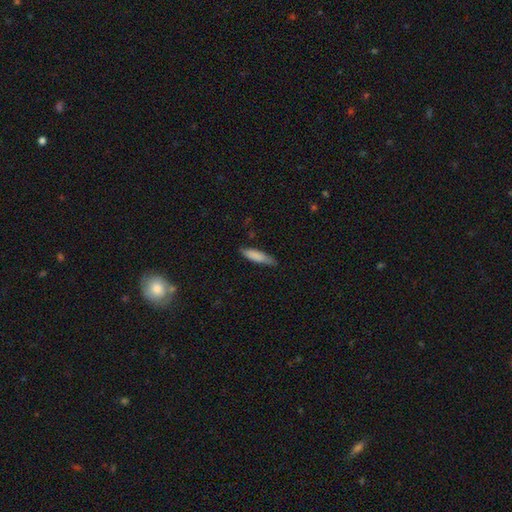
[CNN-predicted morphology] Overall: smooth (83%). How rounded: cigar-shaped (72%). Merging: none (77%).